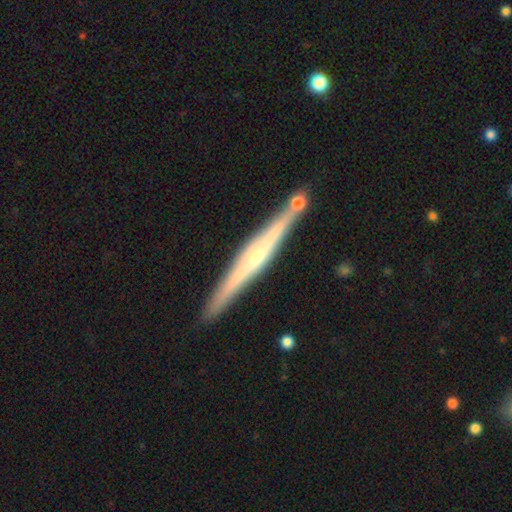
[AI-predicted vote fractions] smooth-or-featured: featured or disk: 73% | smooth: 21% | star or artifact: 6%
  disk-edge-on: yes: 98% | no: 2%
    edge-on-bulge: rounded: 58% | none: 26% | boxy: 16%
  merging: none: 85% | minor disturbance: 8% | merger: 5% | major disturbance: 2%